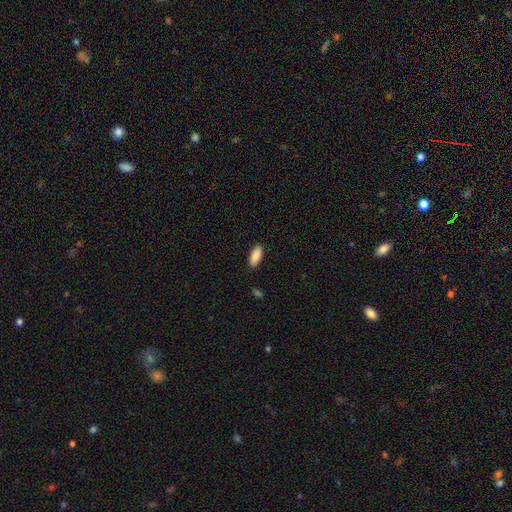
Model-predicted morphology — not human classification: Smooth or featured: smooth — 89% (star or artifact — 6%)
How rounded: in between — 83% (cigar-shaped — 15%)
Merging: none — 88% (minor disturbance — 9%)